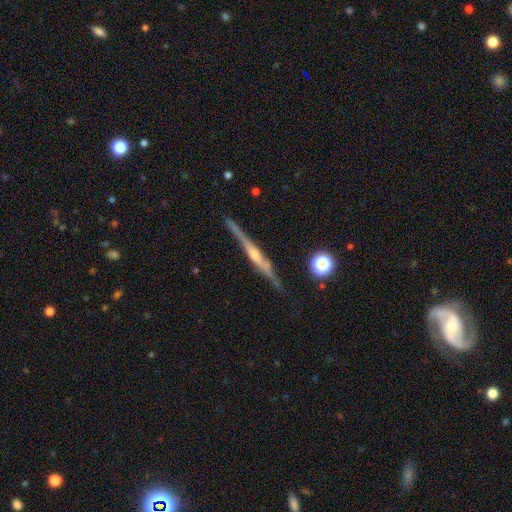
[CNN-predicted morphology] Smooth or featured? featured or disk (79%)
Edge-on disk? yes (97%)
Edge-on bulge? rounded (67%)
Merging? none (84%)